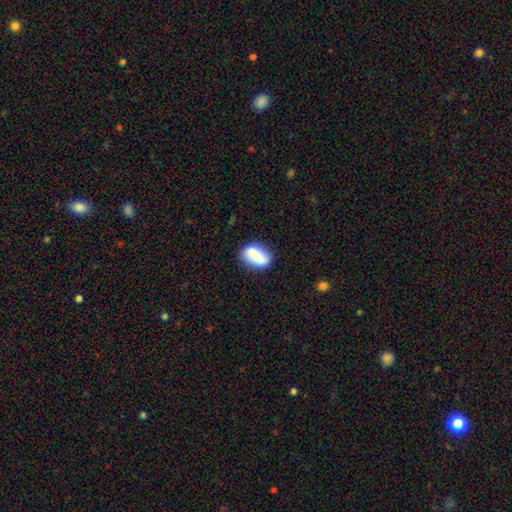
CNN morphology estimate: This appears to be a smooth galaxy with no disk features (60%) that is in between round and cigar-shaped (81%). Merging: none (78%).